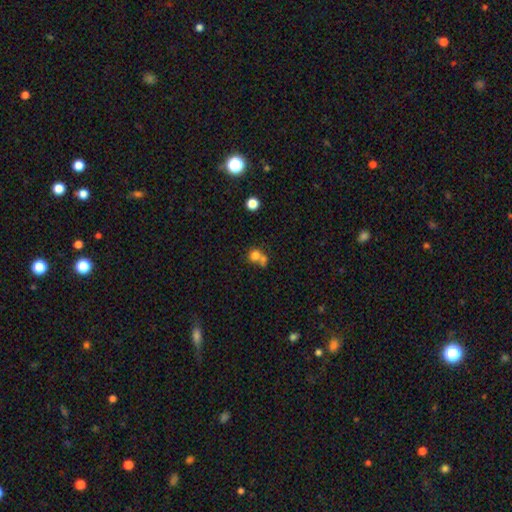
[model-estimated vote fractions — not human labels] The model was most divided on "merging": merger: 55%, none: 32%, minor disturbance: 7%, major disturbance: 5%. More confident: how rounded — round (79%); smooth or featured — smooth (75%).